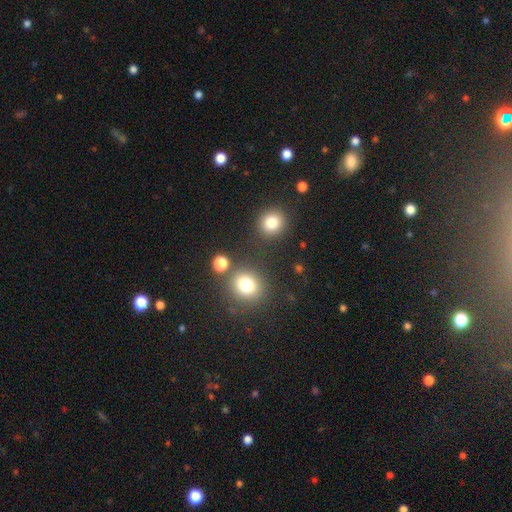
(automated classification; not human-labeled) Q: Smooth or featured?
A: smooth (61%); runner-up: star or artifact (33%)
Q: How rounded?
A: round (90%); runner-up: in between (9%)
Q: Merging?
A: none (83%); runner-up: merger (8%)